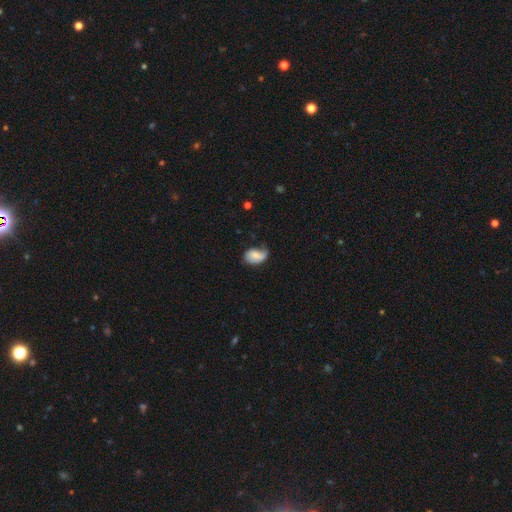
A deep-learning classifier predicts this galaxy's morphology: A smooth galaxy with no disk features (58%) that is in between round and cigar-shaped (85%). Merging: none (43%).